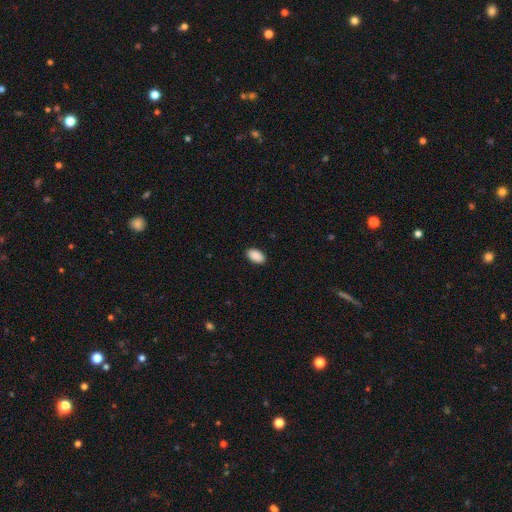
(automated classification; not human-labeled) Smooth or featured? smooth (91%)
How rounded? in between (94%)
Merging? none (90%)